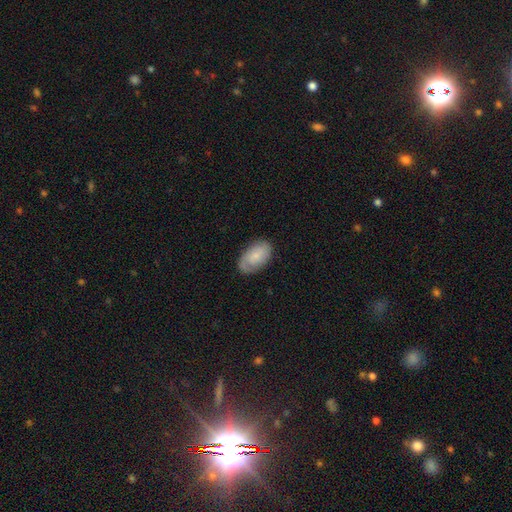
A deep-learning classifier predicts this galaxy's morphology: smooth-or-featured: smooth: 61% | featured or disk: 32% | star or artifact: 7%
  how-rounded: in between: 93% | round: 5% | cigar-shaped: 2%
  merging: none: 76% | minor disturbance: 19% | major disturbance: 5% | merger: 1%